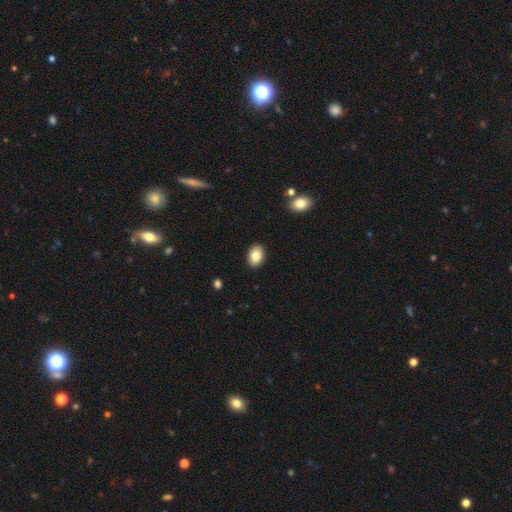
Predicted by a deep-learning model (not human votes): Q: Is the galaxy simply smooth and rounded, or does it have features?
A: smooth — 83%.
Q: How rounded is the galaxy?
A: in between — 76%.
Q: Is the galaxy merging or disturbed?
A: none — 90%.